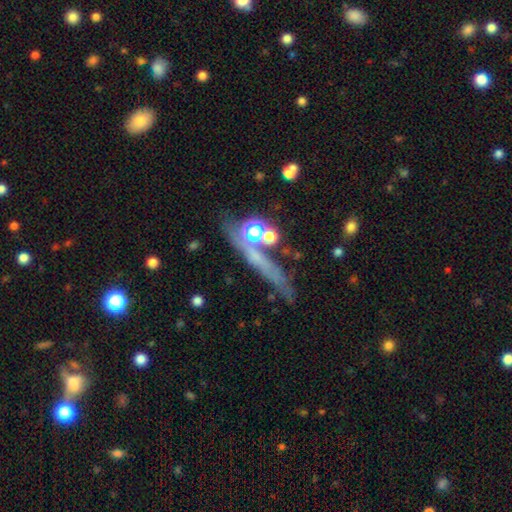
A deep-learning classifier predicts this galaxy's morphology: A featured or disk galaxy (41%).

Vote fractions:
- Smooth or featured? featured or disk: 41% / smooth: 36% / star or artifact: 23%
- Merging? none: 60% / merger: 16% / minor disturbance: 14% / major disturbance: 10%